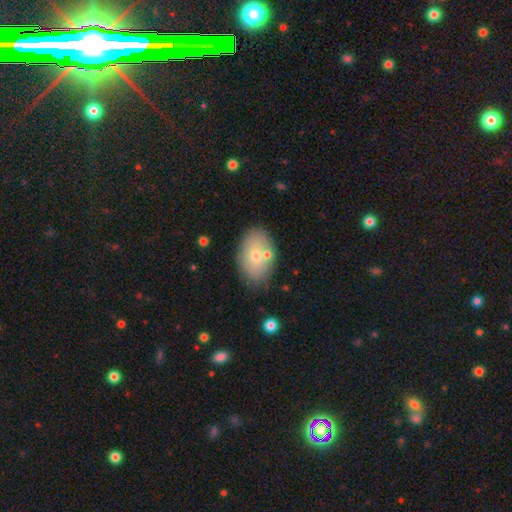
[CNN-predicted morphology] smooth 67%, featured or disk 24%, star or artifact 9%. Down the decision tree: how rounded — in between (87%); merging — none (71%).